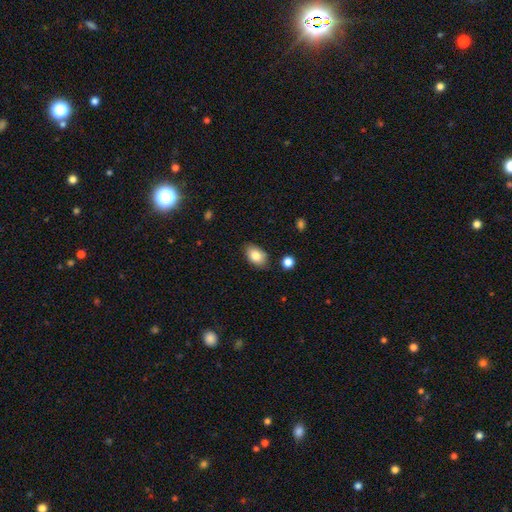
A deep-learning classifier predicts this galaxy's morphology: This is clearly a smooth galaxy (83%). How rounded: clearly in between (89%). Merging: clearly none (83%).